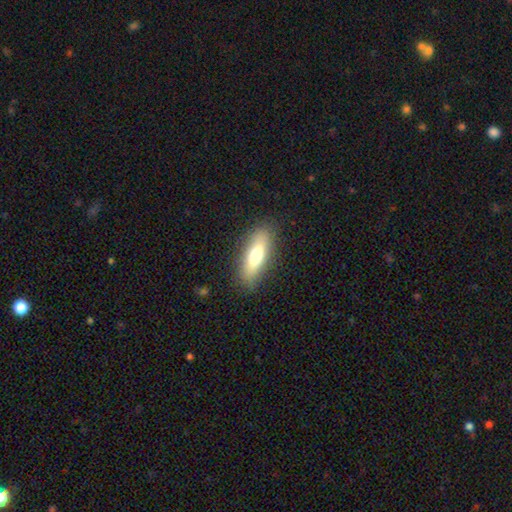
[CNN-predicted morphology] smooth-or-featured: smooth: 69% | featured or disk: 24% | star or artifact: 7%
  how-rounded: in between: 54% | cigar-shaped: 44% | round: 2%
  merging: none: 85% | minor disturbance: 11% | major disturbance: 3% | merger: 1%